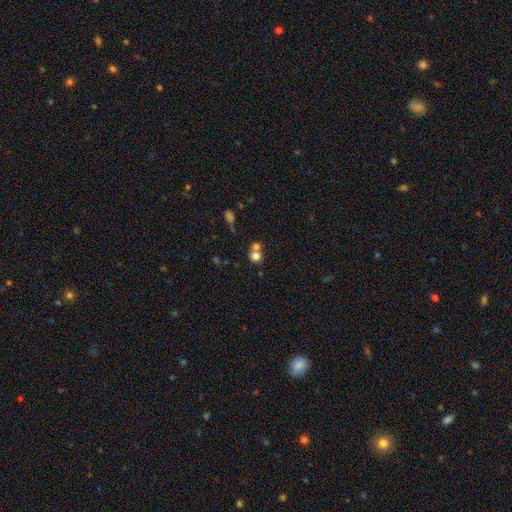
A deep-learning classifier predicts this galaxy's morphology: smooth 76%, star or artifact 13%, featured or disk 11%. Down the decision tree: how rounded — round (77%); merging — merger (49%).